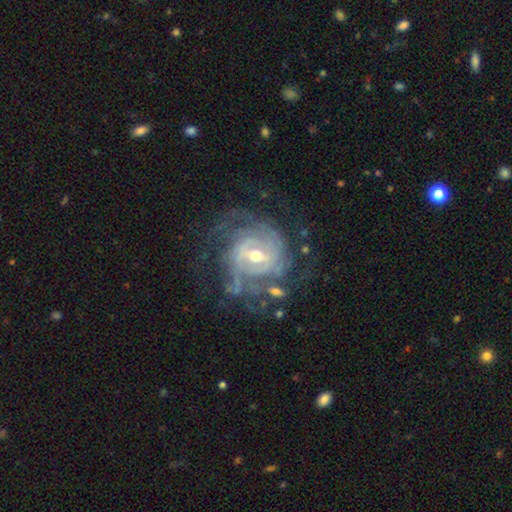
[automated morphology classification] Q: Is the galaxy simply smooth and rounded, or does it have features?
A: featured or disk — 88%.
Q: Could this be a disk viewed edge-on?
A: no — 97%.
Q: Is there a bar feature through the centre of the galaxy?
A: weak — 50%.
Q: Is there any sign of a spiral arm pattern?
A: yes — 95%.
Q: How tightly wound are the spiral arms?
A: tight — 60%.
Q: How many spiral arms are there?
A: can't tell — 32%.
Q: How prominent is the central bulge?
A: moderate — 56%.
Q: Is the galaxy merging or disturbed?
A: none — 63%.